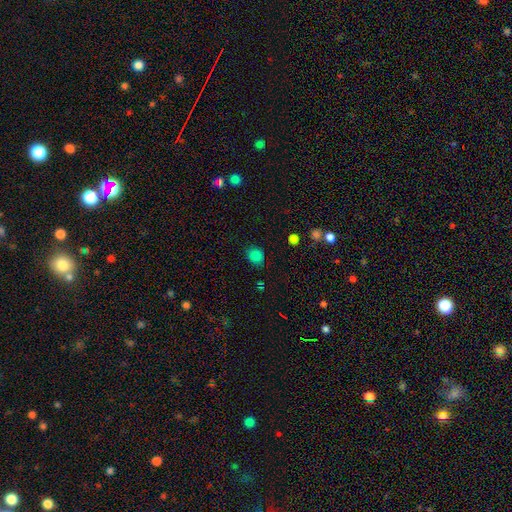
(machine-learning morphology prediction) Smooth or featured? Predicted: smooth (p=0.82). How rounded? Predicted: round (p=0.74). Merging? Predicted: none (p=0.83).